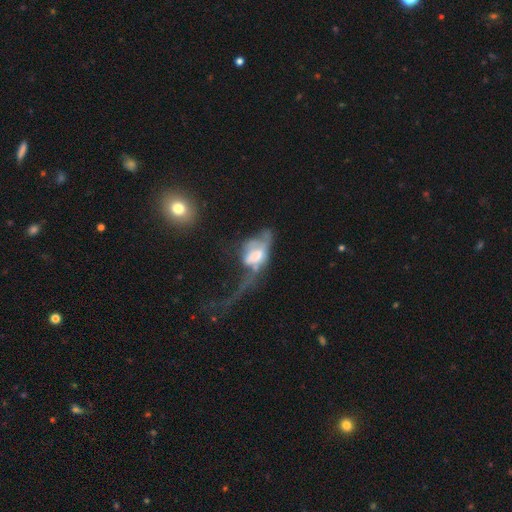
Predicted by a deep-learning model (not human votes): The model was most divided on "smooth or featured": featured or disk: 54%, smooth: 37%, star or artifact: 9%. More confident: edge-on disk — no (89%); merging — major disturbance (63%).